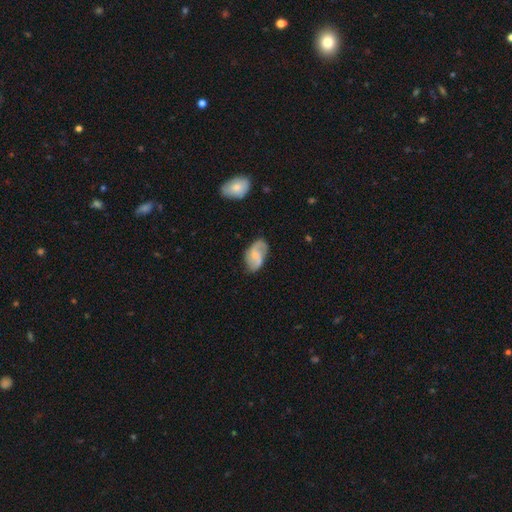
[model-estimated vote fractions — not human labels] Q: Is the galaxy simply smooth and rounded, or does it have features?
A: featured or disk — 65%.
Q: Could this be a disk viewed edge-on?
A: no — 97%.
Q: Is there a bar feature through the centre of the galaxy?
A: no — 51%.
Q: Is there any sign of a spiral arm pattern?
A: yes — 90%.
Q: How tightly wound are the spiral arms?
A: loose — 42%, tied with medium.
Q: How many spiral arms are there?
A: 2 — 84%.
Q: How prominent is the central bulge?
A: small — 53%.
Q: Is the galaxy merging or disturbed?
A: none — 65%.